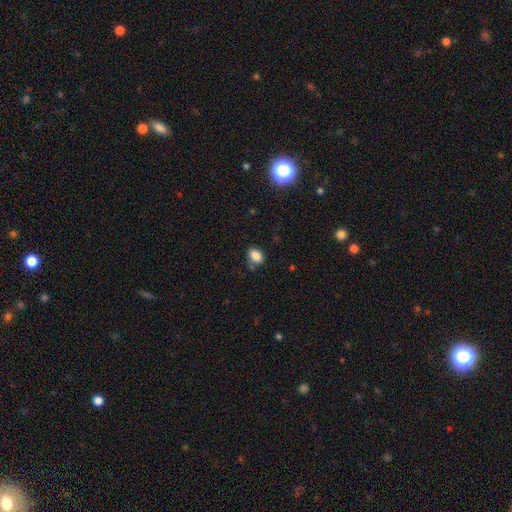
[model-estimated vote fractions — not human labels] Overall: smooth (85%). How rounded: in between (82%). Merging: none (76%).